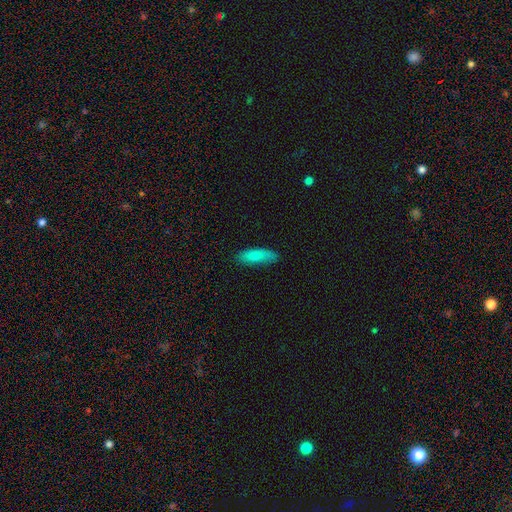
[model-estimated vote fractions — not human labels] This appears to be a smooth galaxy with no disk features (84%) that is in between round and cigar-shaped (53%). Merging: none (81%).